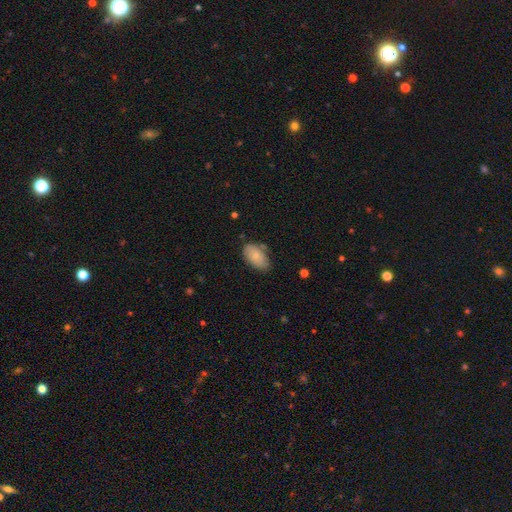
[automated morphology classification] type=smooth (78%); roundness=in between (94%); merging=none (68%).